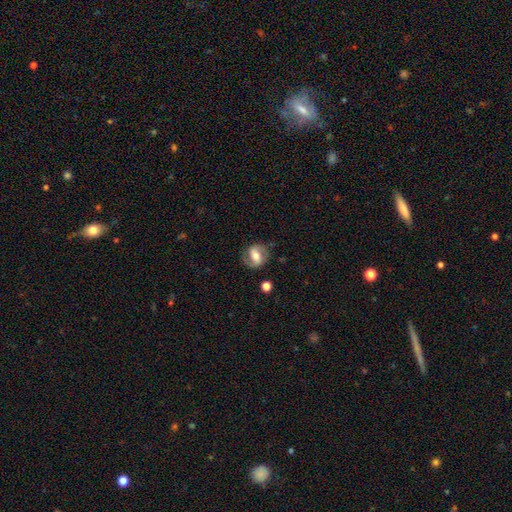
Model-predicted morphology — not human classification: This appears to be a featured or disk galaxy (60%) with a strong bar (44%), spiral arms (79%) and a moderate central bulge (62%). Merging: none (72%).